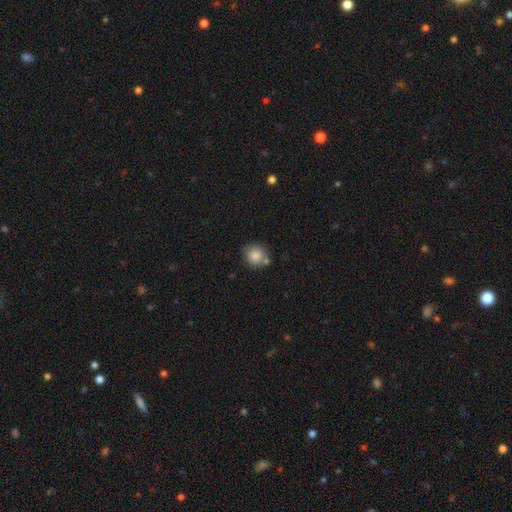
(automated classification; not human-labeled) Smooth or featured? smooth (85%)
How rounded? round (88%)
Merging? none (67%)